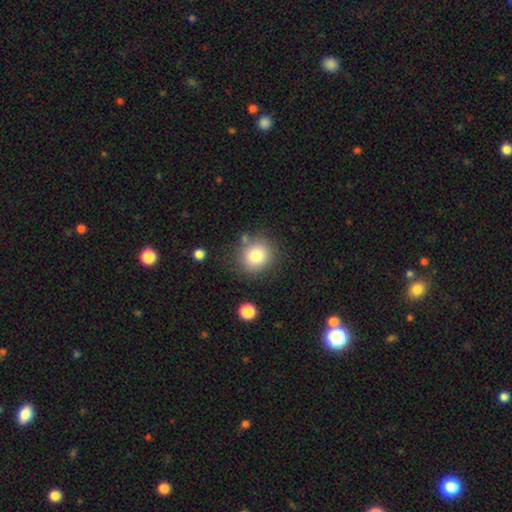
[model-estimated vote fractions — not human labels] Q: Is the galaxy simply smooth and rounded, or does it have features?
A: smooth — 80%.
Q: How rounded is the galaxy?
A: round — 86%.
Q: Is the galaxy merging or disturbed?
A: none — 80%.